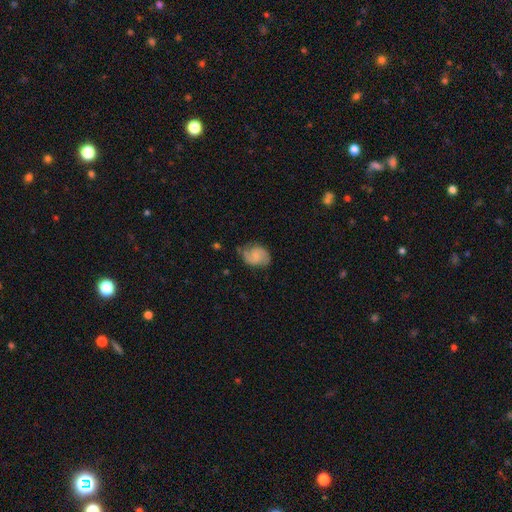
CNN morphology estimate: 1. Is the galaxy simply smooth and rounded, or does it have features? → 68% featured or disk, 25% smooth, 7% star or artifact.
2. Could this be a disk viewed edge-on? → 98% no, 2% yes.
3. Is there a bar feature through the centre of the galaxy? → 50% no, 42% weak, 8% strong.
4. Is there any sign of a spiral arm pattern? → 94% yes, 6% no.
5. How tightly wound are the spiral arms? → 48% medium, 28% tight, 24% loose.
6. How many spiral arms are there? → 86% 2, 6% can't tell, 4% 1, 2% 3, 1% 4, 1% more than 4.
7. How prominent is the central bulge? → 40% none (tied), 40% small (tied), 17% moderate, 2% large, 1% dominant.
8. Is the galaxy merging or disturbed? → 72% none, 20% minor disturbance, 7% major disturbance, 2% merger.